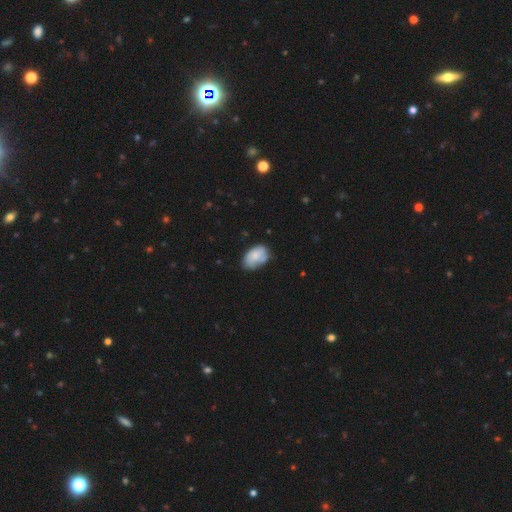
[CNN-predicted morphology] This appears to be a smooth galaxy with no disk features (73%) that is in between round and cigar-shaped (89%). Merging: none (56%).